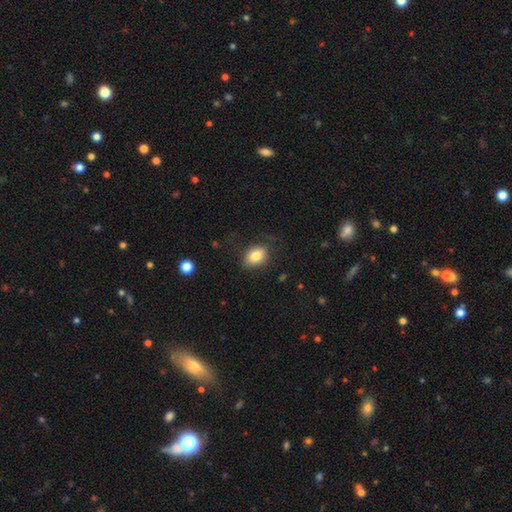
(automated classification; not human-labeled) Q: Smooth or featured?
A: smooth (82%); runner-up: featured or disk (9%)
Q: How rounded?
A: in between (72%); runner-up: round (27%)
Q: Merging?
A: none (74%); runner-up: minor disturbance (17%)